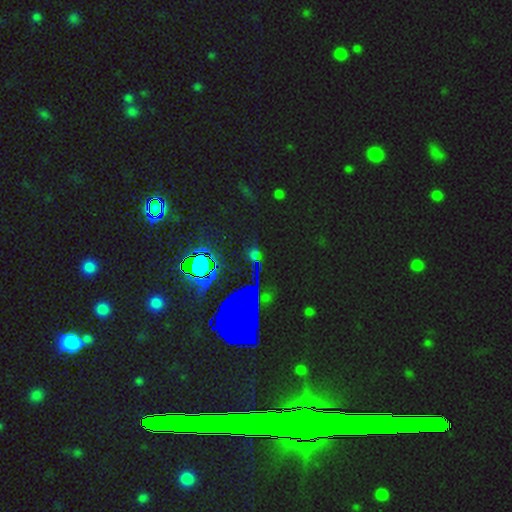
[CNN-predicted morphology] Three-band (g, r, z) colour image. It shows a star or artifact, not a galaxy (72%).